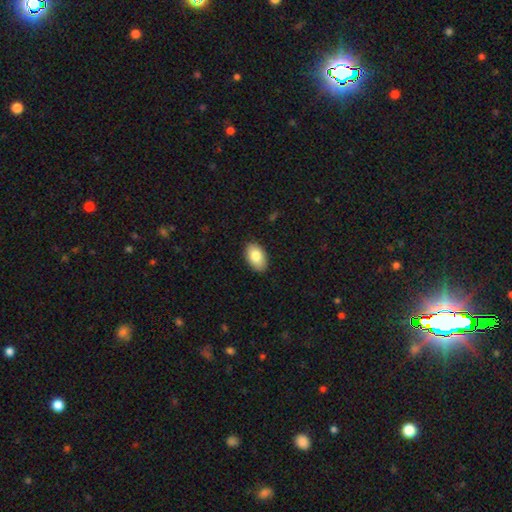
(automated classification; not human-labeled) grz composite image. It shows a smooth galaxy with no disk features (82%) that is in between round and cigar-shaped (92%). Merging: none (87%).